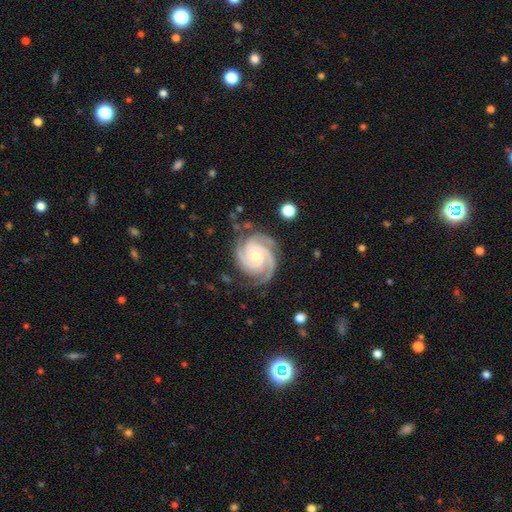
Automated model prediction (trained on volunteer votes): Smooth or featured? featured or disk (93%)
Edge-on disk? no (98%)
Bar? no (72%)
Spiral arms? yes (99%)
Spiral winding? tight (74%)
Spiral arm count? 3 (56%)
Bulge size? small (56%)
Merging? none (79%)